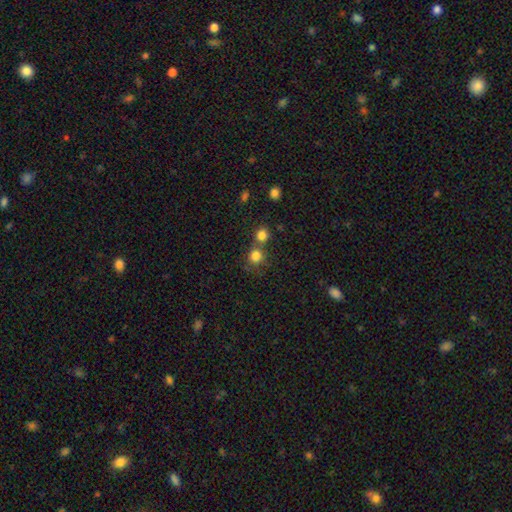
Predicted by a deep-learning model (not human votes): Smooth or featured? smooth (81%)
How rounded? round (89%)
Merging? none (55%)